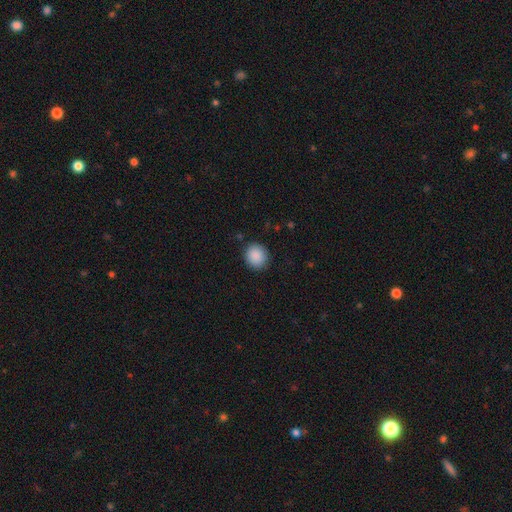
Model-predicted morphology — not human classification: Smooth or featured? Predicted: smooth (p=0.89). How rounded? Predicted: round (p=0.83). Merging? Predicted: none (p=0.89).